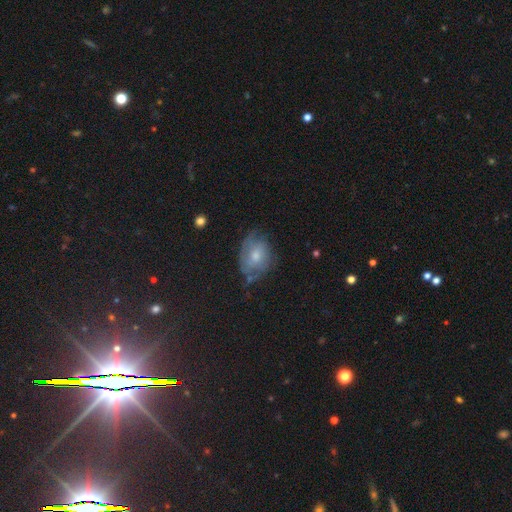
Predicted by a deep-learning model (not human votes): Morphology: type=smooth (48%); merging=none (49%).